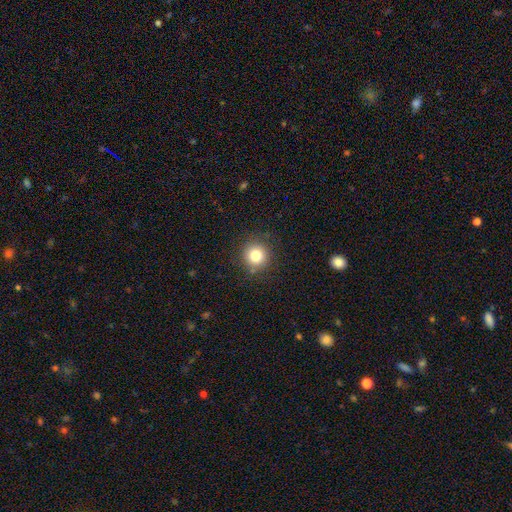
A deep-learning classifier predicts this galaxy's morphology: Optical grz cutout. It shows a smooth galaxy with no disk features (80%) that is round (93%). Merging: none (88%).